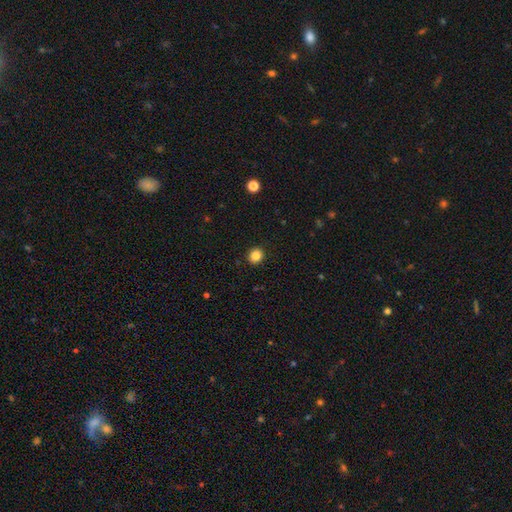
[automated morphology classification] Smooth or featured: smooth — 85% (star or artifact — 11%)
How rounded: round — 80% (in between — 20%)
Merging: none — 92% (minor disturbance — 6%)